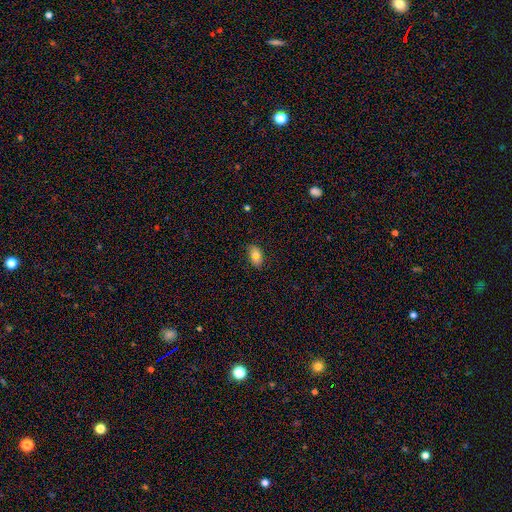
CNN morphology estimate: type=smooth (74%); roundness=in between (89%); merging=none (80%).